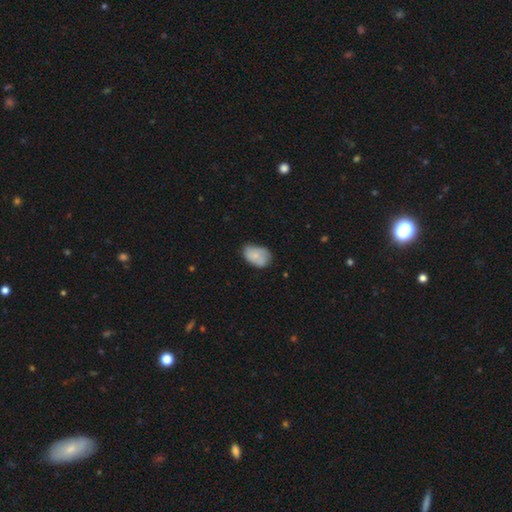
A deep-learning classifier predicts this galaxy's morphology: Smooth or featured?
  - smooth: 75% *
  - featured or disk: 18%
  - star or artifact: 7%
How rounded?
  - in between: 85% *
  - round: 14%
  - cigar-shaped: 1%
Merging?
  - none: 54% *
  - minor disturbance: 35%
  - major disturbance: 8%
  - merger: 3%